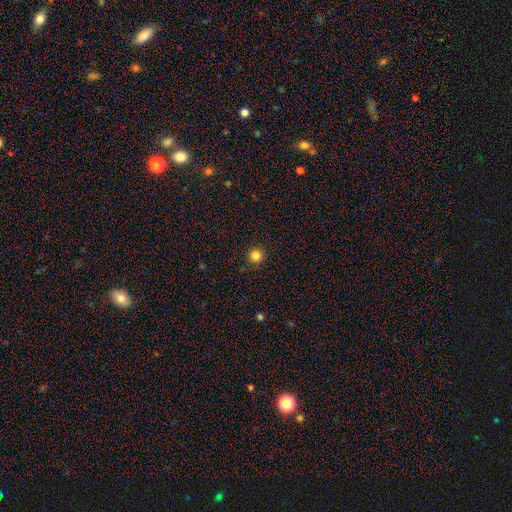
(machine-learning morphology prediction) A smooth galaxy with no disk features (83%) that is round (96%).

Vote fractions:
- Smooth or featured? smooth: 83% / star or artifact: 13% / featured or disk: 4%
- How rounded? round: 96% / in between: 3% / cigar-shaped: 1%
- Merging? none: 91% / minor disturbance: 6% / major disturbance: 2% / merger: 1%